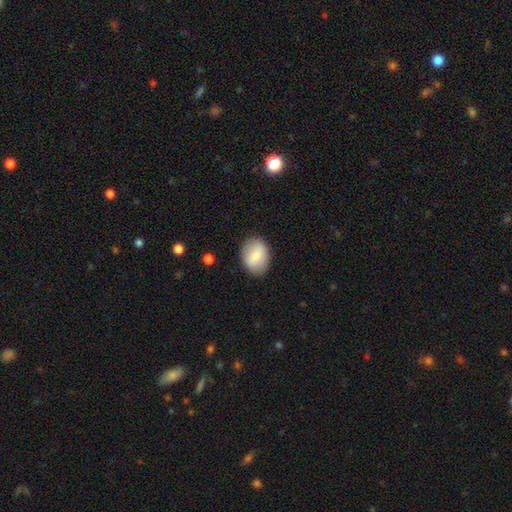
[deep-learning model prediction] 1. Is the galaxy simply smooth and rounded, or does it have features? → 77% smooth, 17% featured or disk, 7% star or artifact.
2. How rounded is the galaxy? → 67% in between, 32% round, 1% cigar-shaped.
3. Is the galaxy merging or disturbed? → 85% none, 11% minor disturbance, 3% major disturbance, 1% merger.